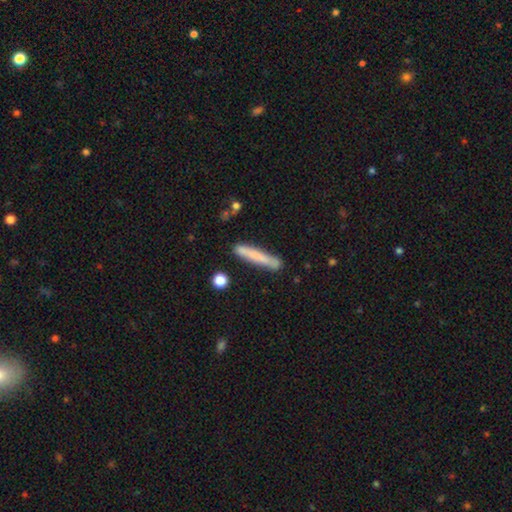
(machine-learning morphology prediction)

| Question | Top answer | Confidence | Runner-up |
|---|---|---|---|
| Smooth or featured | smooth | 71% | featured or disk (22%) |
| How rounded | cigar-shaped | 95% | in between (4%) |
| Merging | none | 81% | minor disturbance (13%) |